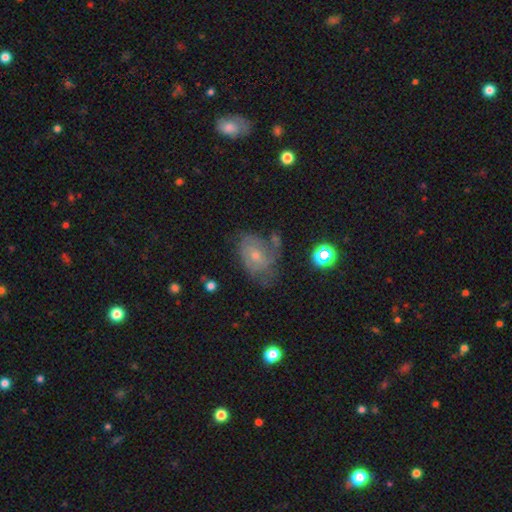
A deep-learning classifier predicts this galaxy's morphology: smooth_or_featured: featured or disk (p=0.53) [alt: smooth p=0.36]
disk_edge_on: no (p=0.96) [alt: yes p=0.04]
bar: no (p=0.77) [alt: weak p=0.20]
has_spiral_arms: yes (p=0.68) [alt: no p=0.32]
bulge_size: small (p=0.61) [alt: moderate p=0.34]
merging: none (p=0.41) [alt: minor disturbance p=0.29]